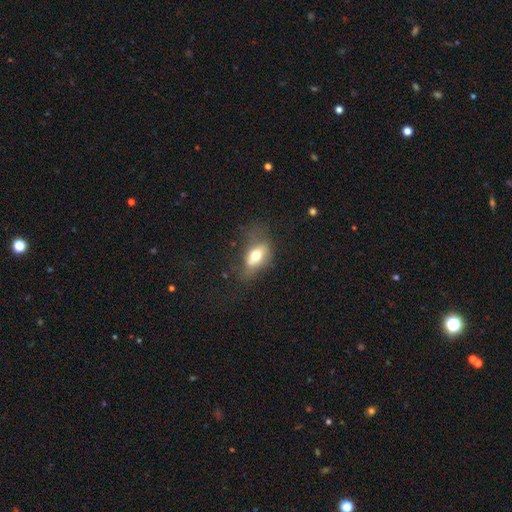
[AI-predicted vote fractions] The model was most divided on "merging": none: 45%, minor disturbance: 28%, major disturbance: 23%, merger: 3%. More confident: how rounded — in between (81%); smooth or featured — smooth (62%).